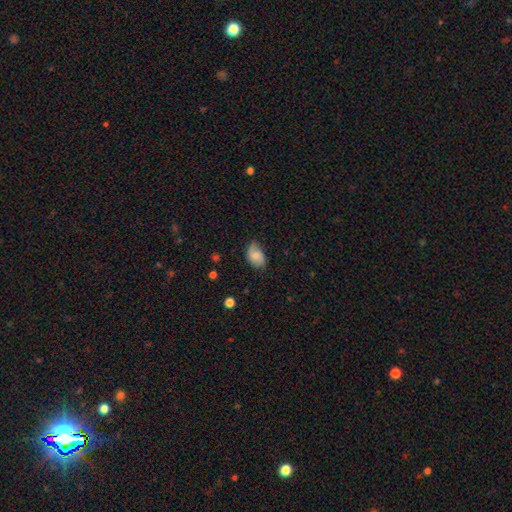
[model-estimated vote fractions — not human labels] Morphology: type=smooth (70%); roundness=in between (83%); merging=none (57%).